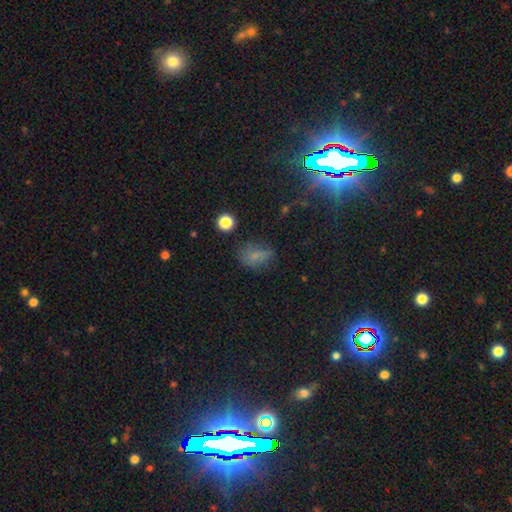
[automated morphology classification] The model was most divided on "how rounded": in between: 62%, round: 36%, cigar-shaped: 3%. More confident: smooth or featured — smooth (60%); merging — none (60%).